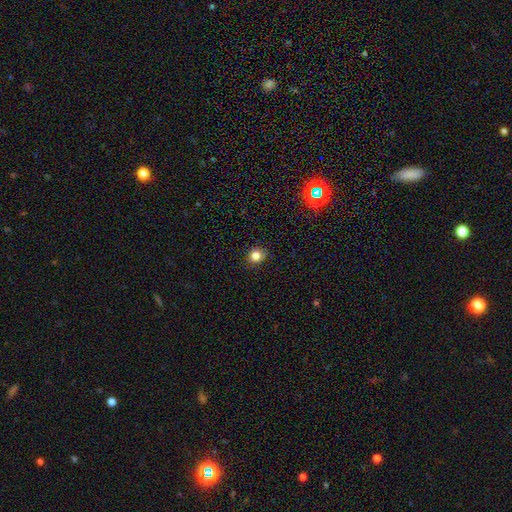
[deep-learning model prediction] This appears to be a smooth galaxy with no disk features (80%) that is round (83%). Merging: none (89%).